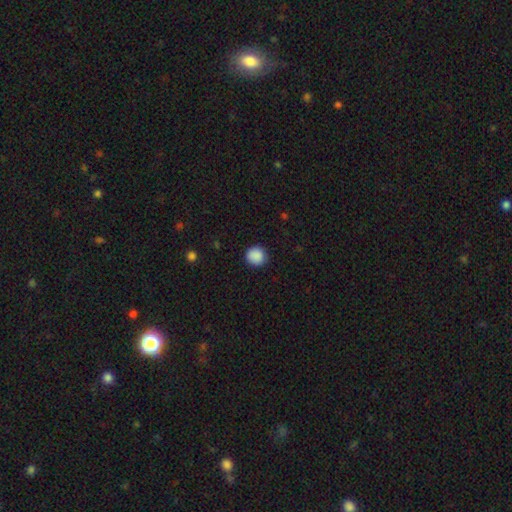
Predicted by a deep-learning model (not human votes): smooth_or_featured: smooth (p=0.89) [alt: star or artifact p=0.09]
how_rounded: round (p=0.91) [alt: in between p=0.08]
merging: none (p=0.90) [alt: minor disturbance p=0.07]